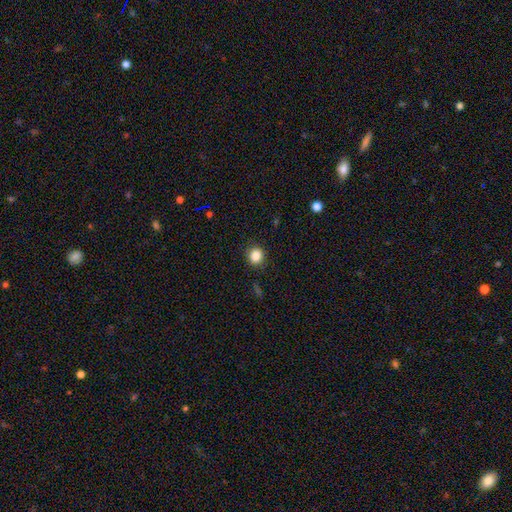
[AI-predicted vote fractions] A smooth galaxy with no disk features (86%) that is round (83%).

Vote fractions:
- Smooth or featured? smooth: 86% / star or artifact: 10% / featured or disk: 4%
- How rounded? round: 83% / in between: 16% / cigar-shaped: 1%
- Merging? none: 88% / minor disturbance: 8% / major disturbance: 3% / merger: 1%